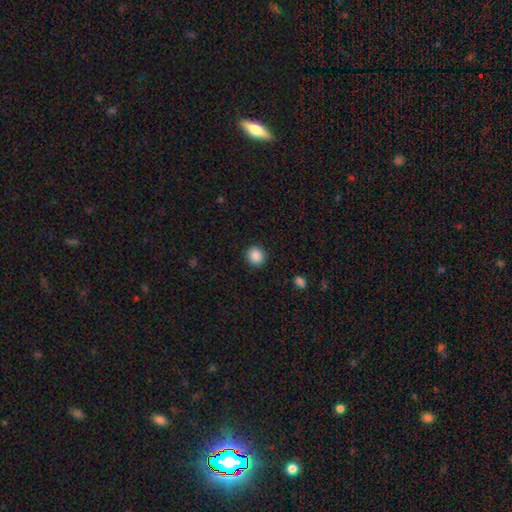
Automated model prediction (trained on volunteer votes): Smooth or featured? smooth (88%)
How rounded? round (86%)
Merging? none (91%)